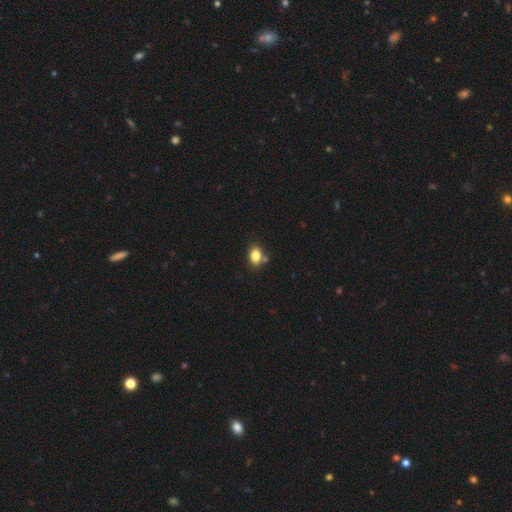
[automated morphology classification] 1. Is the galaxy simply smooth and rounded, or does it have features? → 84% smooth, 10% star or artifact, 7% featured or disk.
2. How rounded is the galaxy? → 81% in between, 17% round, 1% cigar-shaped.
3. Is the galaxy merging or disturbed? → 69% none, 14% minor disturbance, 14% merger, 4% major disturbance.